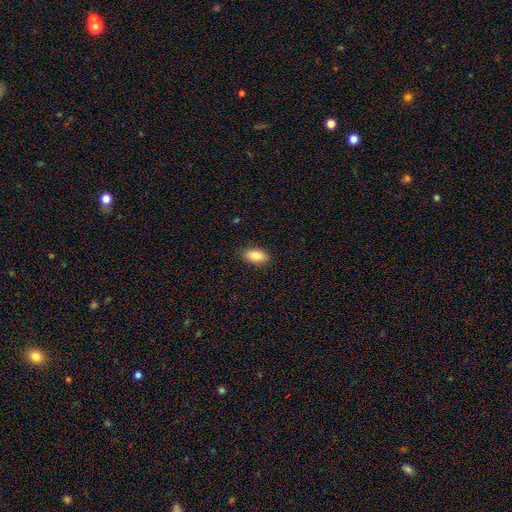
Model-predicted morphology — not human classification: Smooth or featured? smooth (87%)
How rounded? in between (92%)
Merging? none (88%)